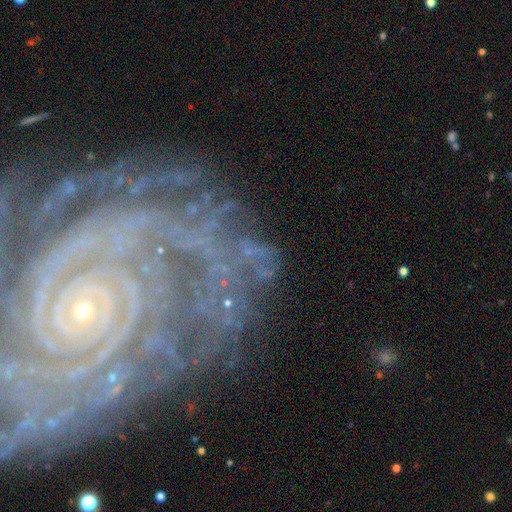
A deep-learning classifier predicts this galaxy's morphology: Smooth or featured?
  - featured or disk: 71% *
  - star or artifact: 18%
  - smooth: 10%
Edge-on disk?
  - no: 96% *
  - yes: 4%
Bar?
  - no: 42% *
  - weak: 31%
  - strong: 27%
Spiral arms?
  - yes: 90% *
  - no: 10%
Spiral winding?
  - tight: 70% *
  - medium: 22%
  - loose: 8%
Spiral arm count?
  - can't tell: 32% *
  - 2: 17%
  - 3: 16%
  - 4: 12%
  - more than 4: 12%
  - 1: 11%
Bulge size?
  - small: 58% *
  - moderate: 23%
  - none: 12%
  - large: 4%
  - dominant: 2%
Merging?
  - none: 66% *
  - minor disturbance: 16%
  - major disturbance: 13%
  - merger: 5%